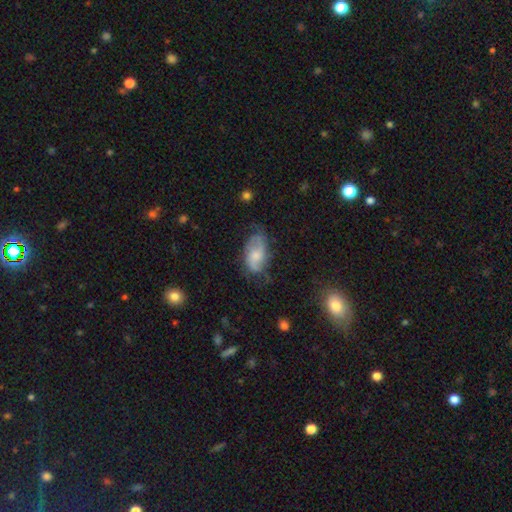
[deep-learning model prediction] featured or disk 55%, smooth 38%, star or artifact 8%. Down the decision tree: edge-on disk — no (95%); bar — no (62%); spiral arms — yes (84%); bulge size — moderate (44%); merging — none (56%).